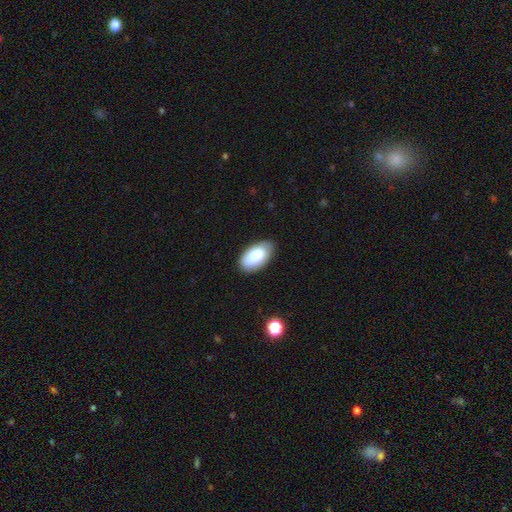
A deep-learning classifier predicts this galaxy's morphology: Smooth or featured: smooth — 85% (featured or disk — 9%)
How rounded: in between — 96% (round — 3%)
Merging: none — 84% (minor disturbance — 13%)